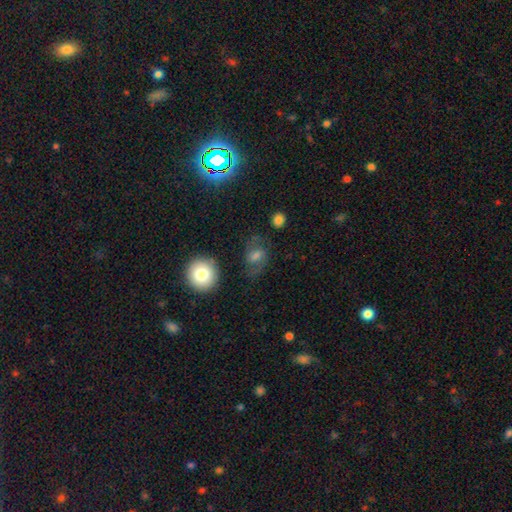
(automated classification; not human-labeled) The model was most divided on "smooth or featured" (2-way tie): featured or disk: 38%, smooth: 38%, star or artifact: 24%. More confident: merging — none (67%).